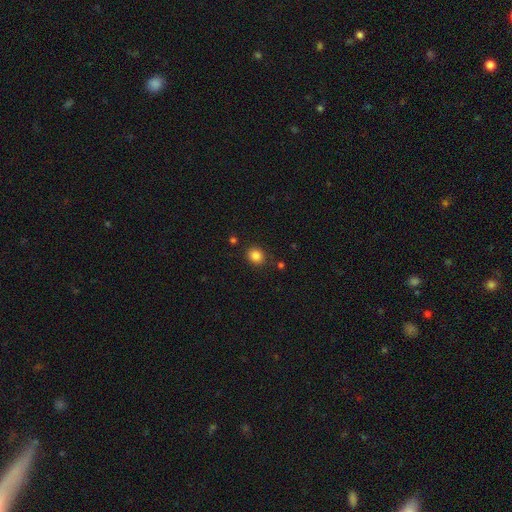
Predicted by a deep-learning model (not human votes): A smooth galaxy with no disk features (85%) that is round (76%).

Vote fractions:
- Smooth or featured? smooth: 85% / star or artifact: 11% / featured or disk: 4%
- How rounded? round: 76% / in between: 24% / cigar-shaped: 1%
- Merging? none: 85% / minor disturbance: 10% / merger: 3% / major disturbance: 3%